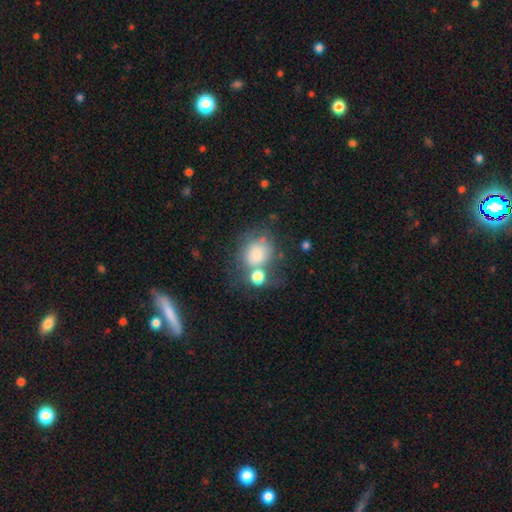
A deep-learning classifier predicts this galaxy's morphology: A smooth galaxy with no disk features (74%) that is round (66%). Merging: none (41%).